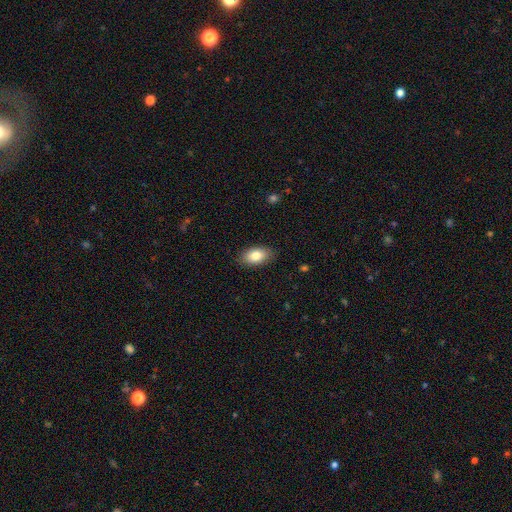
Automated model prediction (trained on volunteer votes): smooth_or_featured: smooth (p=0.83) [alt: featured or disk p=0.10]
how_rounded: in between (p=0.92) [alt: round p=0.06]
merging: none (p=0.87) [alt: minor disturbance p=0.10]